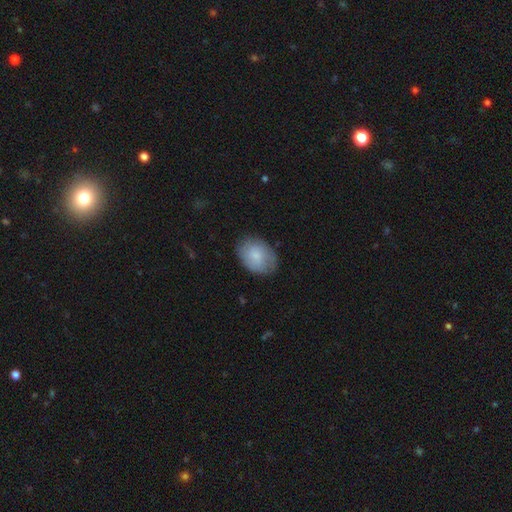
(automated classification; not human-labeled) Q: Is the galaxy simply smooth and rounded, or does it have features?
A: smooth — 76%.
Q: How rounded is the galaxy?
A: in between — 76%.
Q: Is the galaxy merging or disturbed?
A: none — 76%.